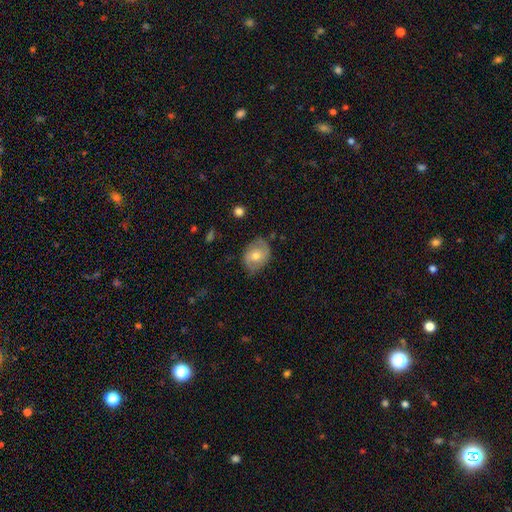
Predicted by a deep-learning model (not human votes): Overall: smooth (49%; featured or disk 44%). Merging: none (72%).